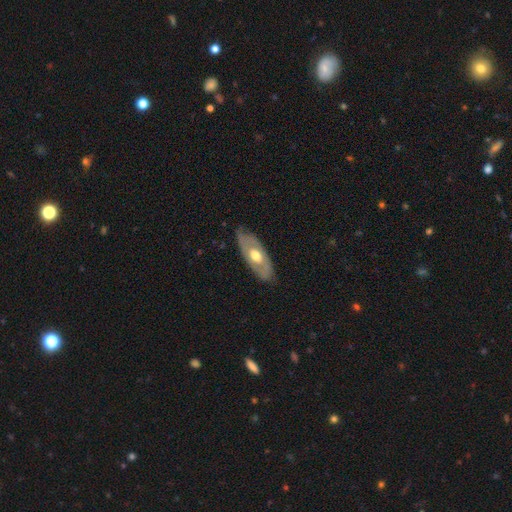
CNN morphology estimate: The model was most divided on "smooth or featured": featured or disk: 58%, smooth: 37%, star or artifact: 5%. More confident: edge-on disk — no (78%); merging — none (75%).